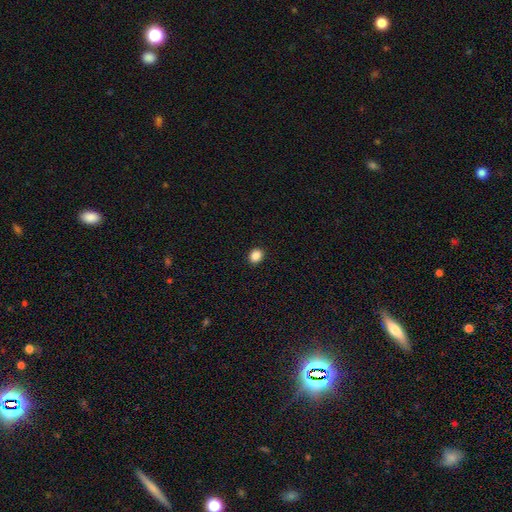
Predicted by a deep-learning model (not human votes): smooth-or-featured: smooth: 87% | star or artifact: 10% | featured or disk: 3%
  how-rounded: round: 61% | in between: 39% | cigar-shaped: 1%
  merging: none: 92% | minor disturbance: 6% | major disturbance: 2% | merger: 1%